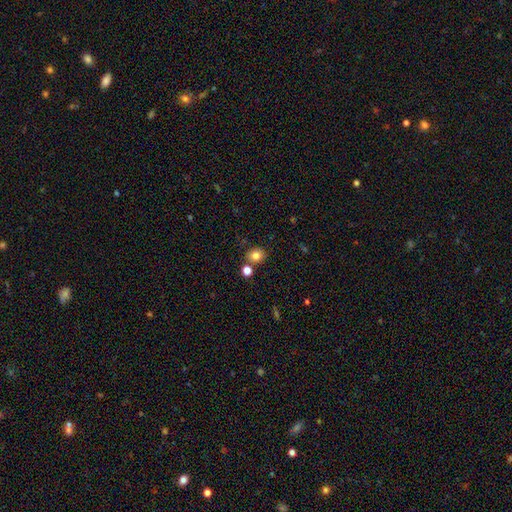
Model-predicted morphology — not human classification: Smooth or featured? Predicted: smooth (p=0.82). How rounded? Predicted: round (p=0.65). Merging? Predicted: none (p=0.78).